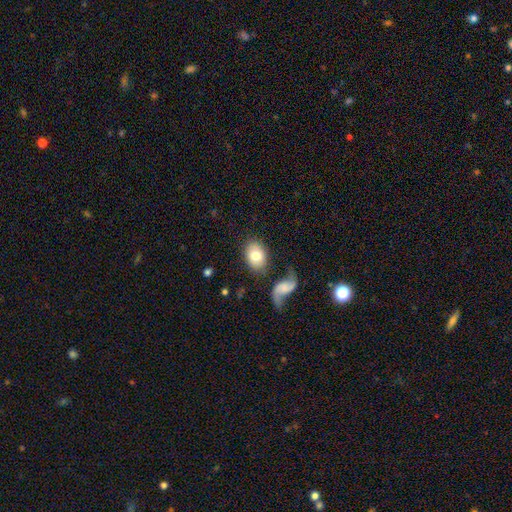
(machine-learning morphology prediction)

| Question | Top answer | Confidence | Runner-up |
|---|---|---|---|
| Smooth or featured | smooth | 75% | featured or disk (18%) |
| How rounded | in between | 77% | round (22%) |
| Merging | none | 71% | minor disturbance (15%) |